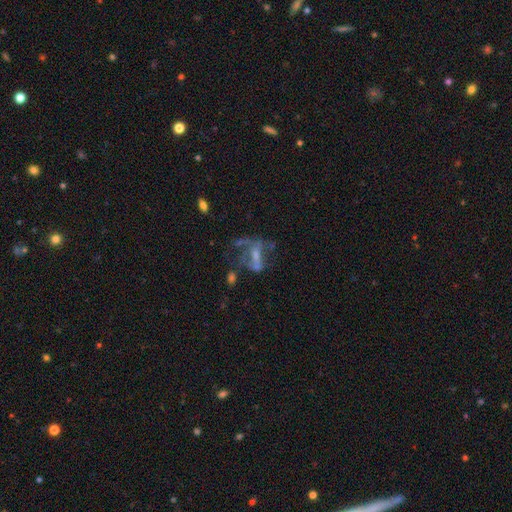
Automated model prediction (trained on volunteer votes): featured or disk 62%, star or artifact 20%, smooth 18%. Down the decision tree: edge-on disk — no (93%); bar — no (53%); spiral arms — no (61%); bulge size — small (42%); merging — major disturbance (39%).